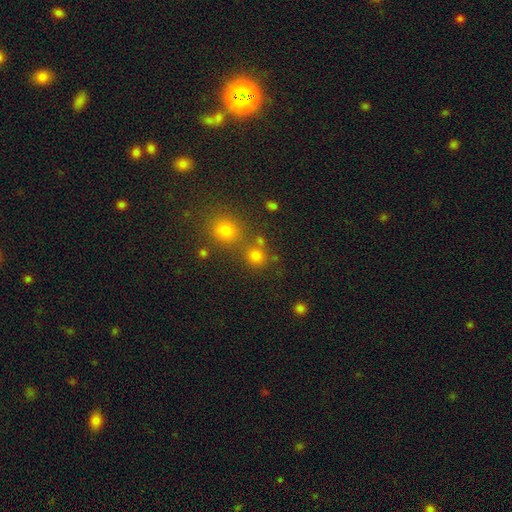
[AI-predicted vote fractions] Smooth or featured?
  - smooth: 75% *
  - star or artifact: 18%
  - featured or disk: 7%
How rounded?
  - round: 86% *
  - in between: 13%
  - cigar-shaped: 1%
Merging?
  - none: 63% *
  - merger: 24%
  - minor disturbance: 8%
  - major disturbance: 4%